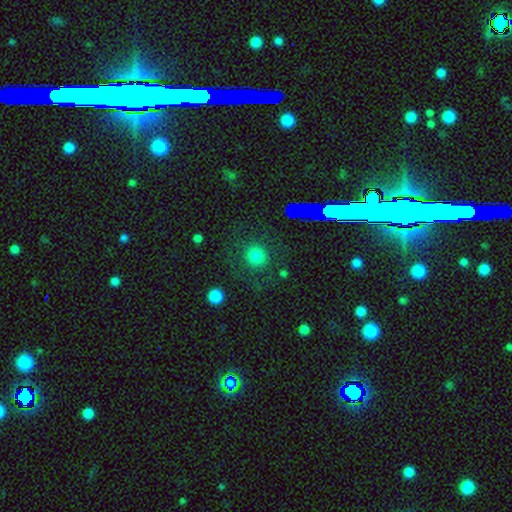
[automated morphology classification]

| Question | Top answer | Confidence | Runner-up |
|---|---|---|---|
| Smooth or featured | smooth | 74% | star or artifact (17%) |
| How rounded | round | 91% | in between (8%) |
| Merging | none | 79% | minor disturbance (10%) |